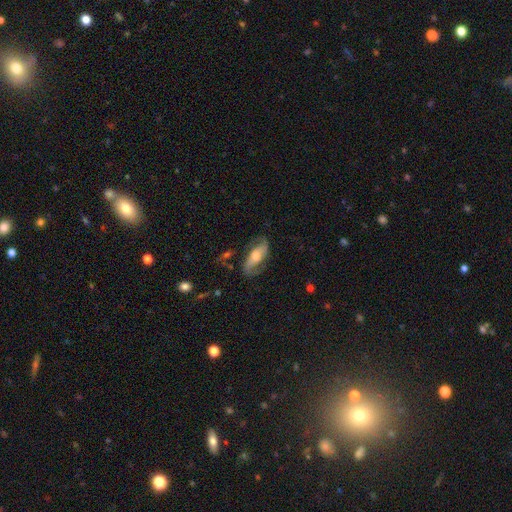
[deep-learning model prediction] Smooth or featured? featured or disk (72%)
Edge-on disk? no (90%)
Bar? no (42%)
Spiral arms? yes (88%)
Spiral winding? medium (44%)
Spiral arm count? 2 (87%)
Bulge size? moderate (56%)
Merging? none (71%)